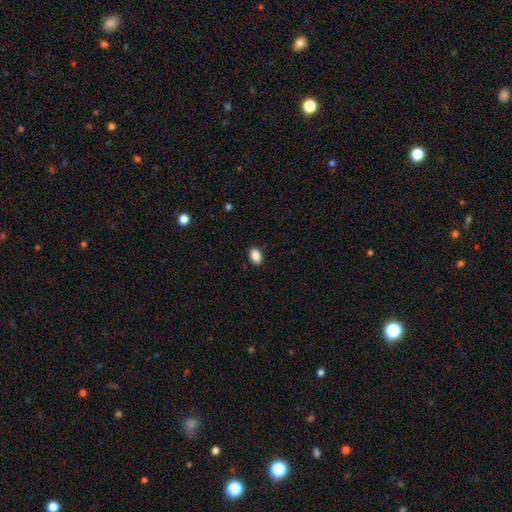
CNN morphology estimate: The model was most divided on "how rounded": in between: 81%, round: 18%, cigar-shaped: 1%. More confident: merging — none (90%); smooth or featured — smooth (88%).